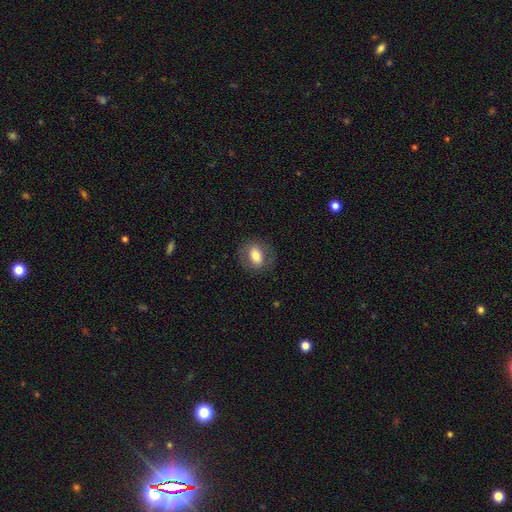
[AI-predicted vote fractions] Q: Smooth or featured?
A: smooth (66%); runner-up: featured or disk (26%)
Q: How rounded?
A: in between (65%); runner-up: round (33%)
Q: Merging?
A: none (80%); runner-up: minor disturbance (12%)